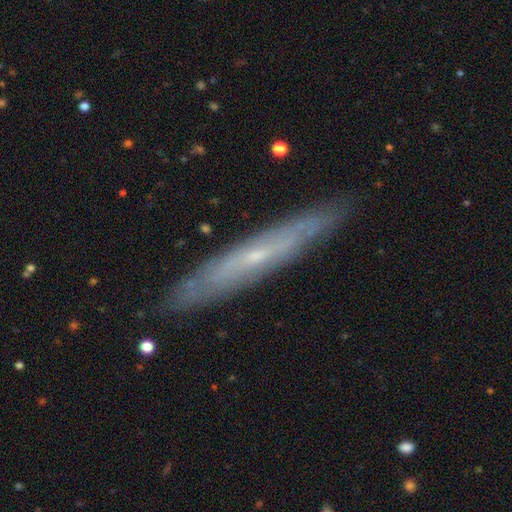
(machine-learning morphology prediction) Smooth or featured? Predicted: featured or disk (p=0.69). Edge-on disk? Predicted: yes (p=0.70). Merging? Predicted: none (p=0.87).